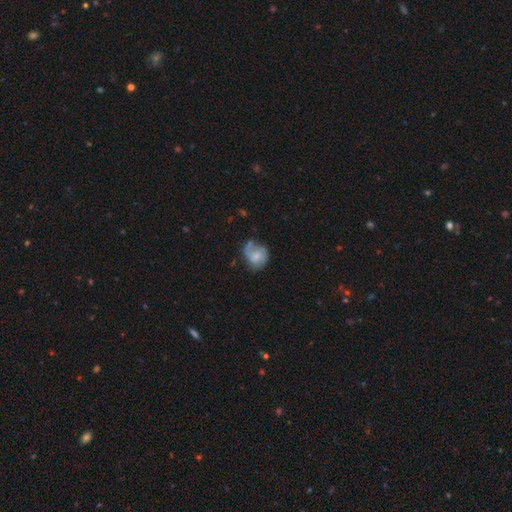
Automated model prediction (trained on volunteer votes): Smooth or featured? Predicted: featured or disk (p=0.61). Edge-on disk? Predicted: no (p=0.98). Bar? Predicted: no (p=0.59). Spiral arms? Predicted: yes (p=0.86). Spiral winding? Predicted: medium (p=0.45). Spiral arm count? Predicted: 2 (p=0.58). Bulge size? Predicted: small (p=0.49). Merging? Predicted: none (p=0.51).